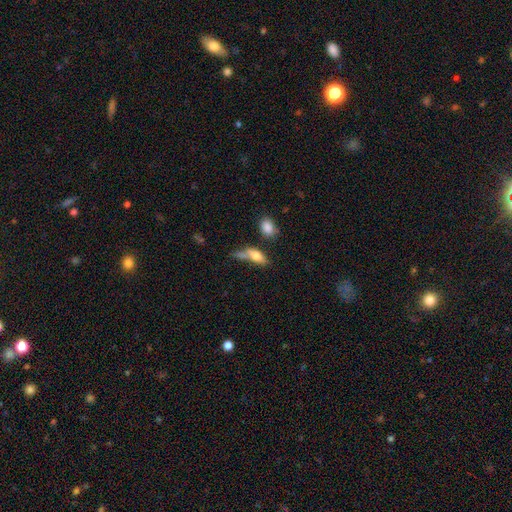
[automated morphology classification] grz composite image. It shows a smooth galaxy with no disk features (66%) that is in between round and cigar-shaped (66%). Merging: none (33%).